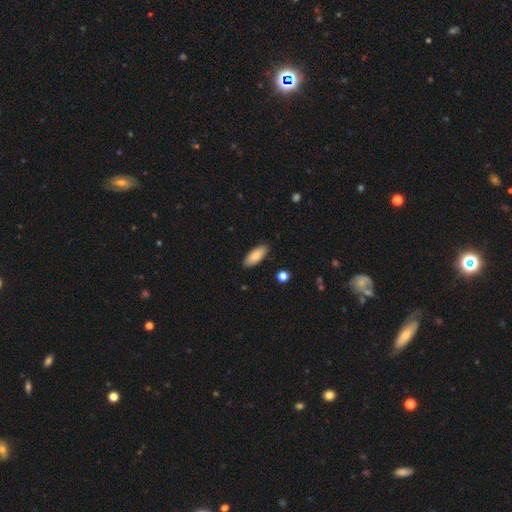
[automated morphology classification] smooth 84%, featured or disk 10%, star or artifact 6%. Down the decision tree: how rounded — in between (79%); merging — none (88%).